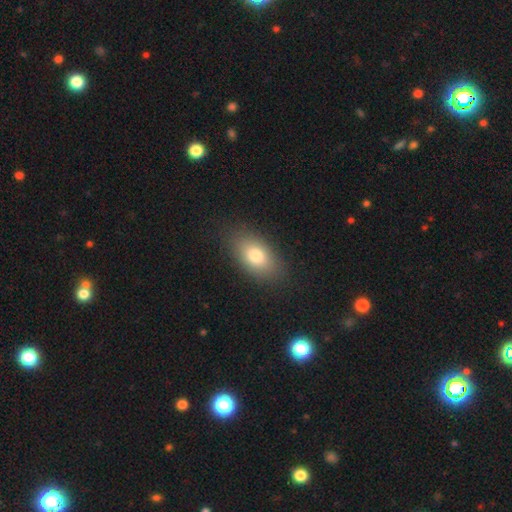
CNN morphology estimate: smooth-or-featured: smooth: 79% | featured or disk: 13% | star or artifact: 9%
  how-rounded: in between: 90% | round: 8% | cigar-shaped: 3%
  merging: none: 85% | minor disturbance: 11% | major disturbance: 3% | merger: 1%